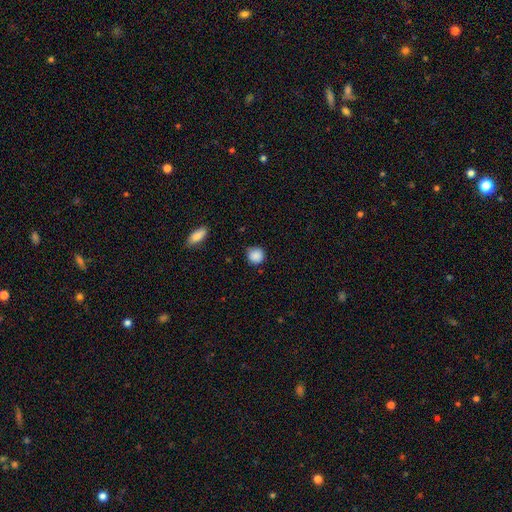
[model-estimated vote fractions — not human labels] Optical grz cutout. It shows a smooth galaxy with no disk features (88%) that is round (92%). Merging: none (84%).